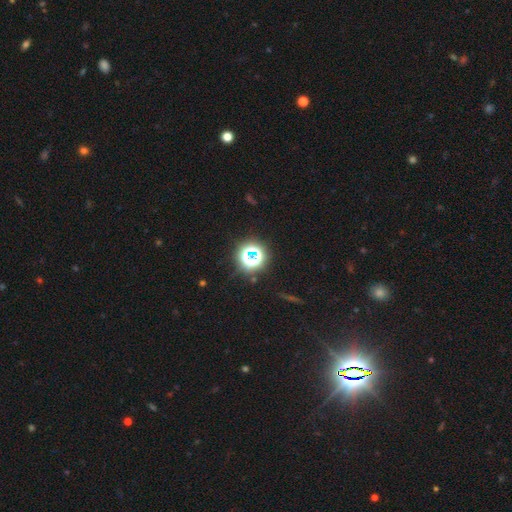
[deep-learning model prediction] A star or artifact, not a galaxy (64%).